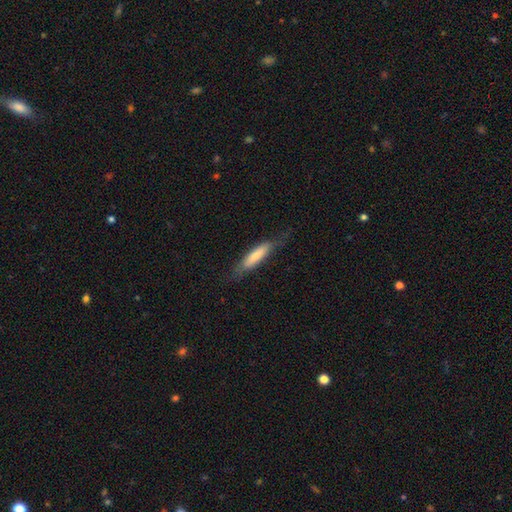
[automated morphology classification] Smooth or featured? smooth (67%)
How rounded? cigar-shaped (74%)
Merging? none (69%)